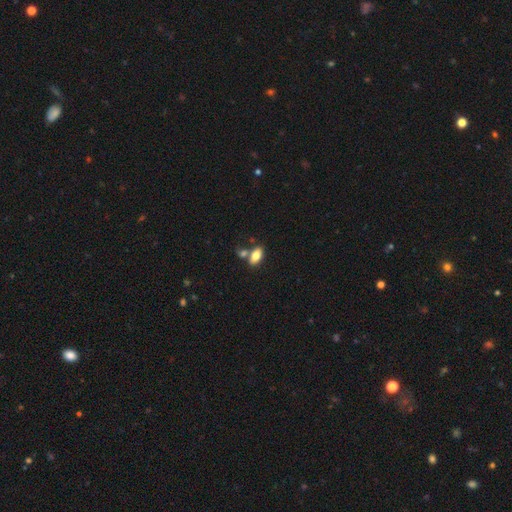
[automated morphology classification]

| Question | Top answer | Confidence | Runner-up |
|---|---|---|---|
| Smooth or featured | smooth | 79% | featured or disk (13%) |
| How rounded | in between | 90% | cigar-shaped (6%) |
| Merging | none | 55% | merger (28%) |